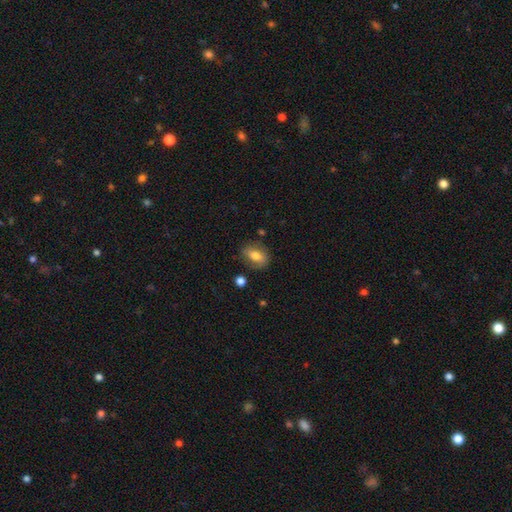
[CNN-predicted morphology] Smooth or featured? Predicted: smooth (p=0.72). How rounded? Predicted: in between (p=0.76). Merging? Predicted: none (p=0.76).